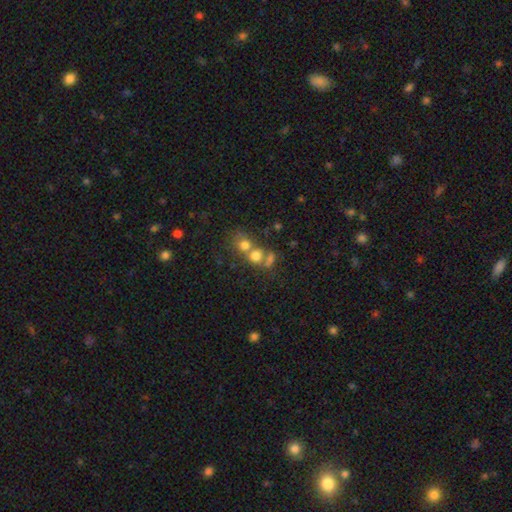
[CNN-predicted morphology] smooth_or_featured: smooth (p=0.70) [alt: star or artifact p=0.15]
how_rounded: round (p=0.70) [alt: in between p=0.28]
merging: merger (p=0.52) [alt: none p=0.35]